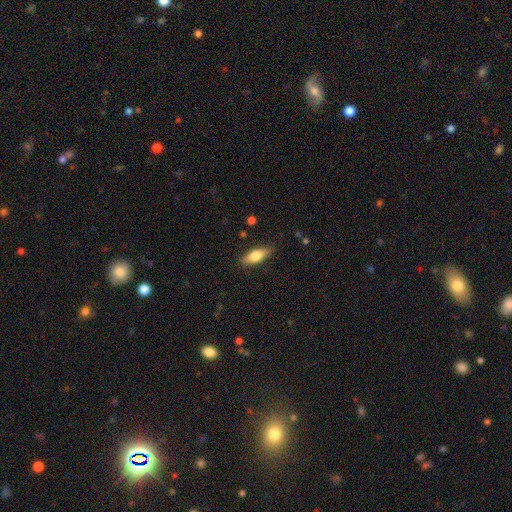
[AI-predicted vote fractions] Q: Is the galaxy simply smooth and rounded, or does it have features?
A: smooth — 68%.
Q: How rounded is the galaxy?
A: in between — 62%.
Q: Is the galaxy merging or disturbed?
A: none — 85%.